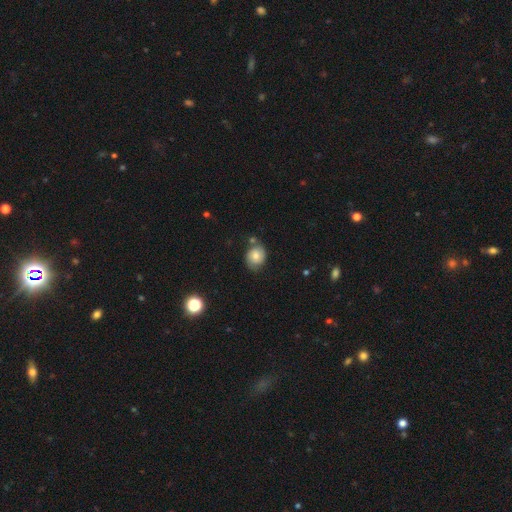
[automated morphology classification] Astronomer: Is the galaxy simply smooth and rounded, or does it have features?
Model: smooth — 59%.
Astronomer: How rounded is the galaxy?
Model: round — 64%.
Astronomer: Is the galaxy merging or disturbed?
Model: none — 65%.